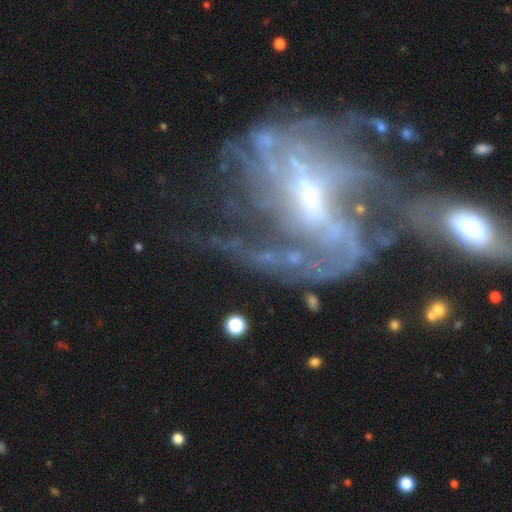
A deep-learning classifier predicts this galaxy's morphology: The model was most divided on "merging": major disturbance: 32%, none: 30%, merger: 25%, minor disturbance: 13%. Remaining: edge-on disk — no (95%); spiral arms — yes (89%); smooth or featured — featured or disk (86%); bulge size — small (52%); spiral winding — loose (43%); bar — weak (41%); spiral arm count — 2 (35%).